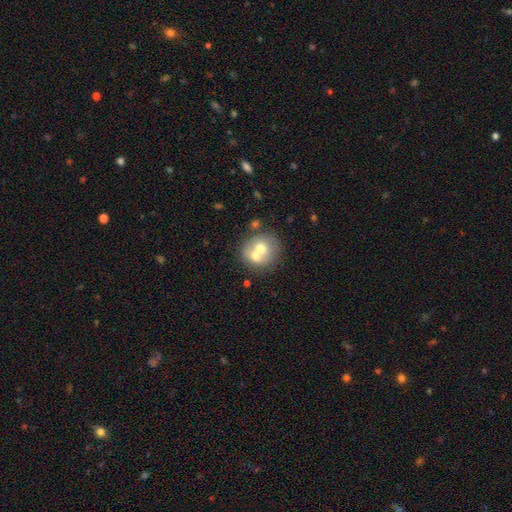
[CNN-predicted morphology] smooth-or-featured: smooth: 61% | featured or disk: 30% | star or artifact: 9%
  how-rounded: round: 84% | in between: 15% | cigar-shaped: 1%
  merging: merger: 50% | none: 38% | minor disturbance: 8% | major disturbance: 3%